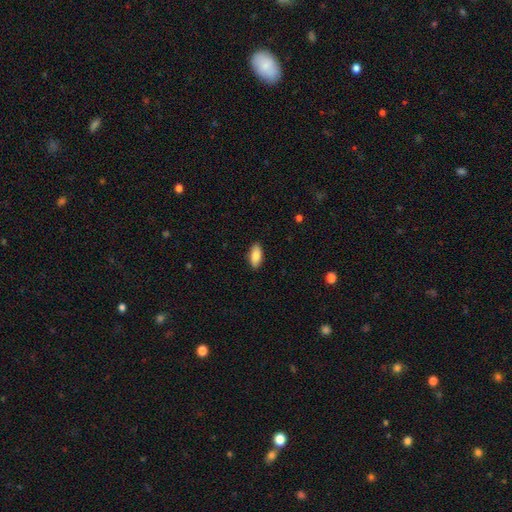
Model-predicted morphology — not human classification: Q: Smooth or featured?
A: smooth (87%); runner-up: featured or disk (7%)
Q: How rounded?
A: in between (88%); runner-up: cigar-shaped (10%)
Q: Merging?
A: none (89%); runner-up: minor disturbance (8%)